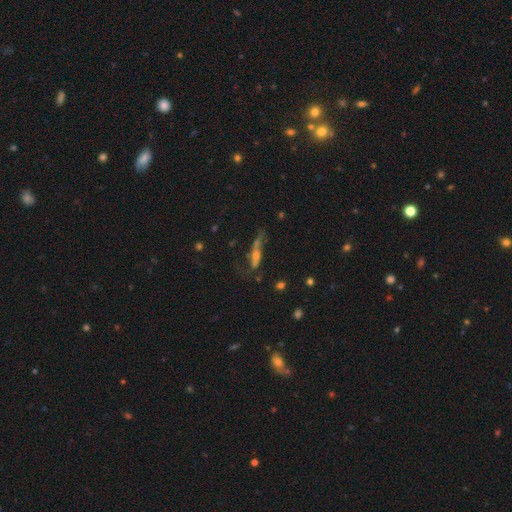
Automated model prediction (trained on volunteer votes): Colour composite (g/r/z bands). It shows a featured or disk galaxy (55%) viewed edge-on (59%). Merging: none (49%).